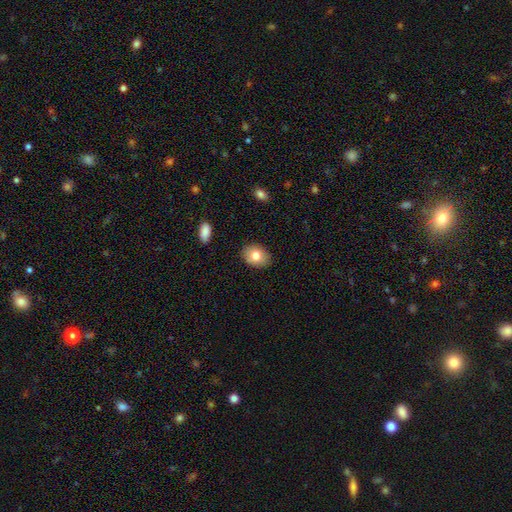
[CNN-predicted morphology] The model was most divided on "how rounded": in between: 69%, round: 30%, cigar-shaped: 1%. More confident: merging — none (87%); smooth or featured — smooth (78%).